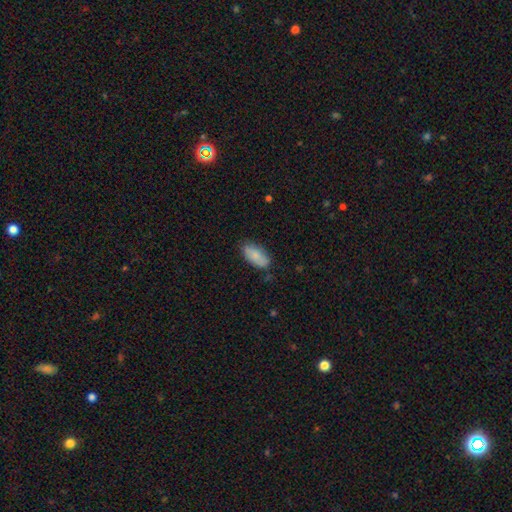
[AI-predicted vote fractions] smooth-or-featured: smooth: 82% | featured or disk: 12% | star or artifact: 6%
  how-rounded: in between: 91% | cigar-shaped: 6% | round: 2%
  merging: none: 74% | minor disturbance: 20% | major disturbance: 4% | merger: 2%